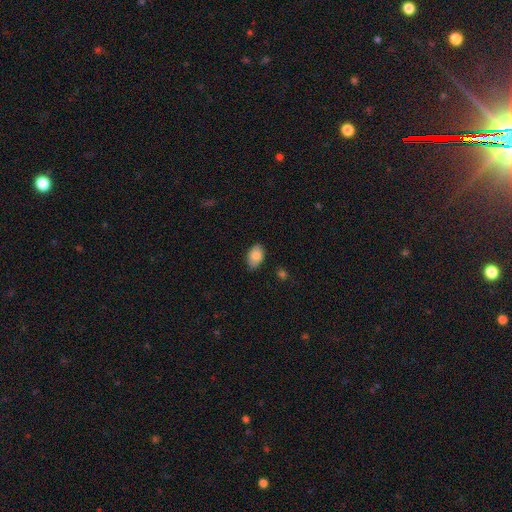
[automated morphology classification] A smooth galaxy with no disk features (85%) that is in between round and cigar-shaped (91%). Merging: none (81%).